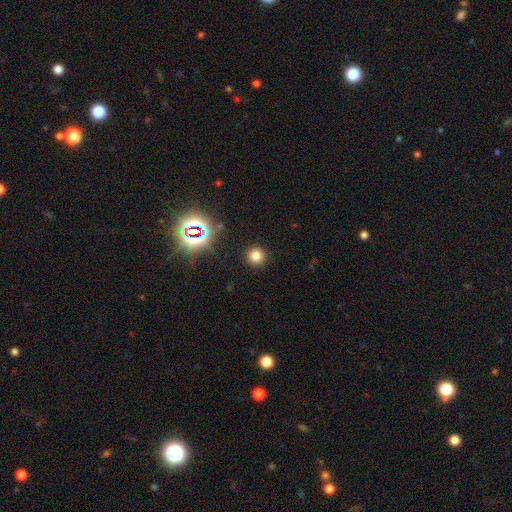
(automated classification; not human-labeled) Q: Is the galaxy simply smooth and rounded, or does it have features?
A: smooth — 76%.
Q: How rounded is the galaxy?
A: round — 94%.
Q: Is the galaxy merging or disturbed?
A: none — 91%.